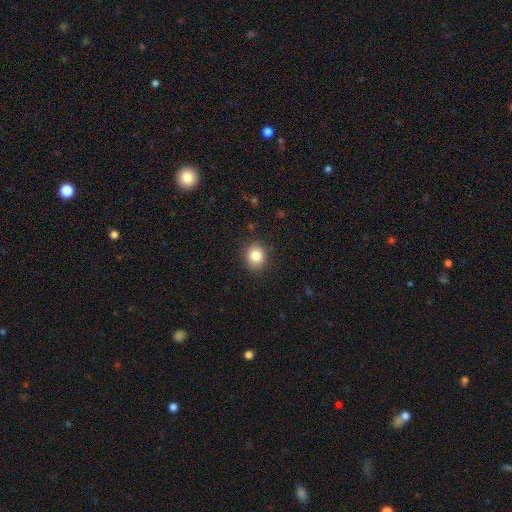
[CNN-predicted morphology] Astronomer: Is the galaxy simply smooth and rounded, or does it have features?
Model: smooth — 84%.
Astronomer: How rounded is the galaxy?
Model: round — 71%.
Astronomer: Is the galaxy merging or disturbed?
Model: none — 88%.